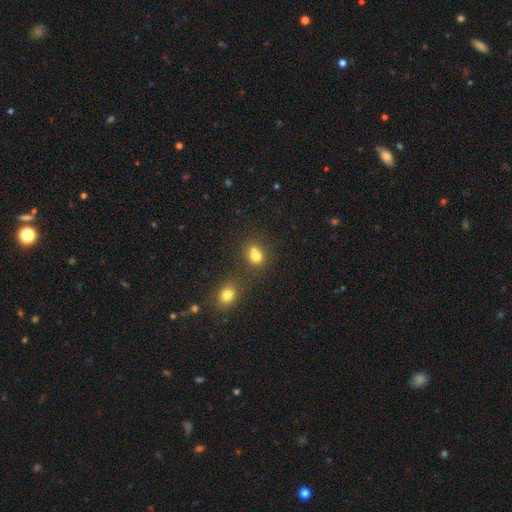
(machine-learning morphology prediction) smooth_or_featured: smooth (p=0.74) [alt: star or artifact p=0.13]
how_rounded: round (p=0.68) [alt: in between p=0.31]
merging: merger (p=0.48) [alt: none p=0.38]